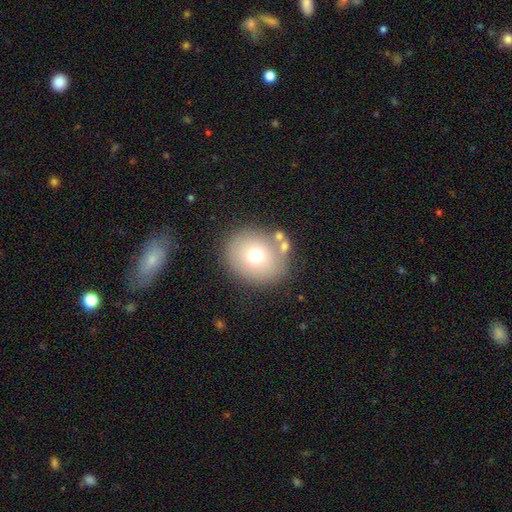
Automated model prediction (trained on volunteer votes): A smooth galaxy with no disk features (70%) that is round (79%). Merging: none (77%).